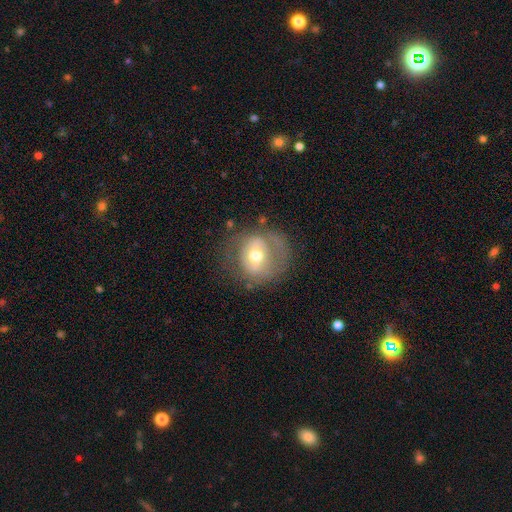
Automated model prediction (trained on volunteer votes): Smooth or featured?
  - featured or disk: 49% *
  - smooth: 43%
  - star or artifact: 8%
Merging?
  - none: 57% *
  - minor disturbance: 22%
  - major disturbance: 18%
  - merger: 2%